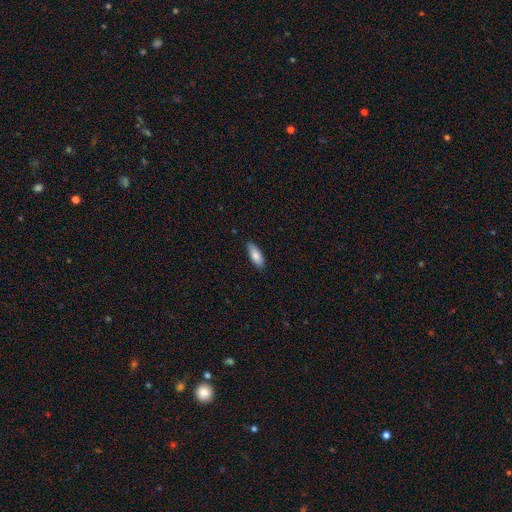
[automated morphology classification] Smooth or featured? smooth (83%)
How rounded? in between (75%)
Merging? none (85%)